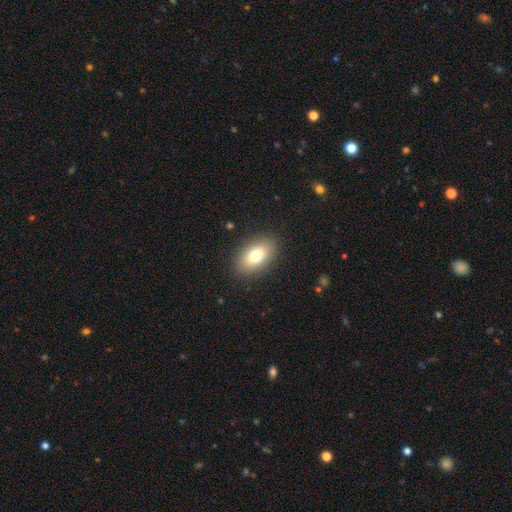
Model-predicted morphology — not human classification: type=smooth (77%); roundness=in between (90%); merging=none (88%).